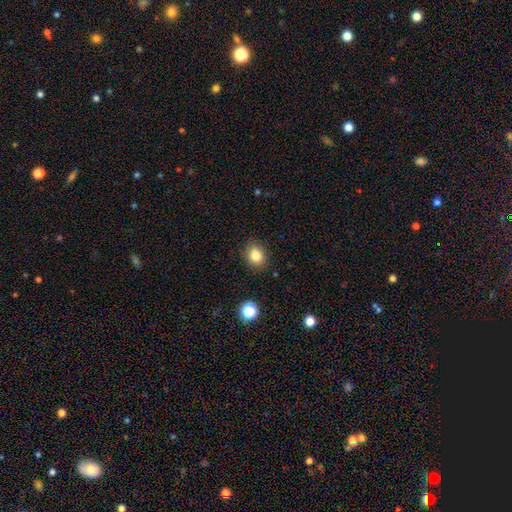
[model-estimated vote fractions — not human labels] smooth-or-featured: smooth: 82% | star or artifact: 11% | featured or disk: 7%
  how-rounded: round: 56% | in between: 43% | cigar-shaped: 1%
  merging: none: 85% | minor disturbance: 10% | major disturbance: 3% | merger: 2%